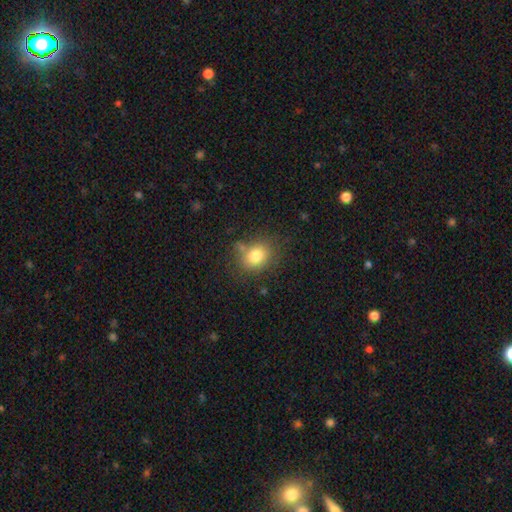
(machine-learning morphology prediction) smooth-or-featured: smooth: 80% | star or artifact: 11% | featured or disk: 9%
  how-rounded: round: 51% | in between: 48% | cigar-shaped: 1%
  merging: none: 73% | minor disturbance: 16% | merger: 6% | major disturbance: 5%